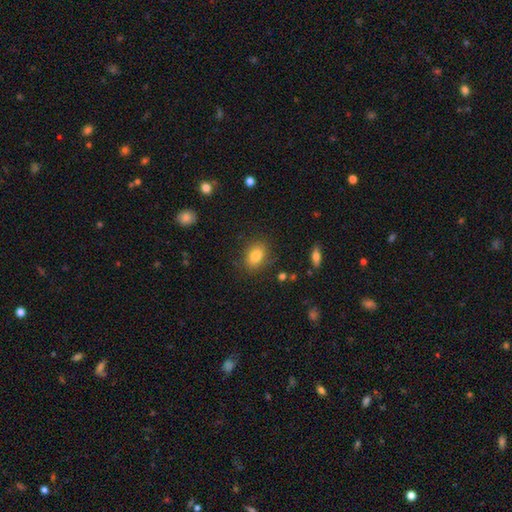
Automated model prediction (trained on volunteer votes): Smooth or featured? Predicted: smooth (p=0.82). How rounded? Predicted: in between (p=0.77). Merging? Predicted: none (p=0.84).